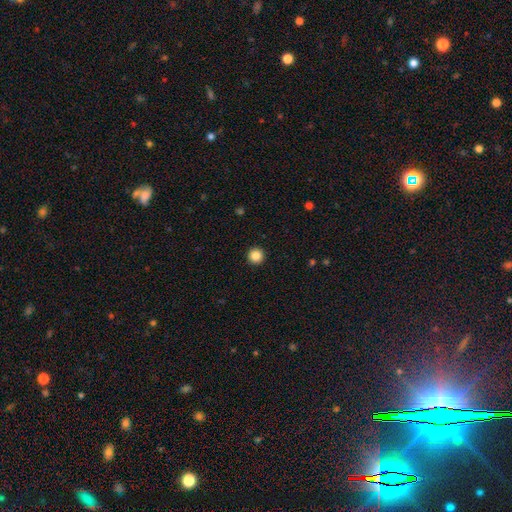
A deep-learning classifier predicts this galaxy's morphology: A smooth galaxy with no disk features (86%) that is round (97%).

Vote fractions:
- Smooth or featured? smooth: 86% / star or artifact: 10% / featured or disk: 4%
- How rounded? round: 97% / in between: 2% / cigar-shaped: 1%
- Merging? none: 94% / minor disturbance: 4% / major disturbance: 1% / merger: 1%